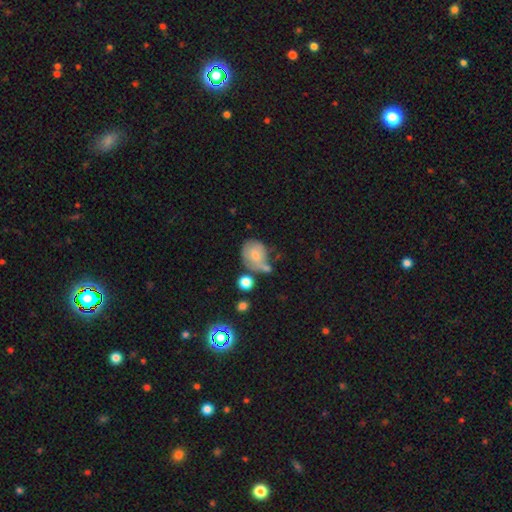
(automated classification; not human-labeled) smooth-or-featured: smooth: 64% | featured or disk: 26% | star or artifact: 9%
  how-rounded: round: 52% | in between: 46% | cigar-shaped: 1%
  merging: none: 36% | minor disturbance: 27% | merger: 21% | major disturbance: 15%